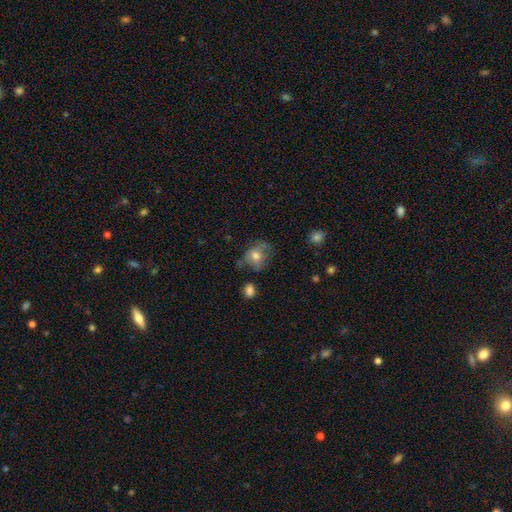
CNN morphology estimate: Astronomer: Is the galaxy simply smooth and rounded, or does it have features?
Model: smooth — 67%.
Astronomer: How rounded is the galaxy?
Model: round — 57% (runner-up: in between, 42%).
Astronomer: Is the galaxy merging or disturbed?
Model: none — 49% (runner-up: minor disturbance, 31%).